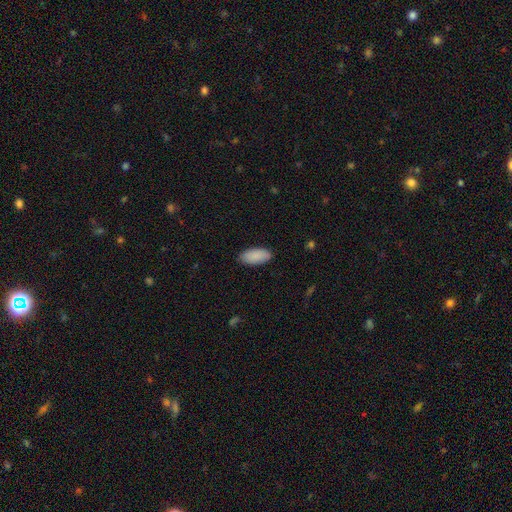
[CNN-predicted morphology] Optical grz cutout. It shows a smooth galaxy with no disk features (89%) that is in between round and cigar-shaped (92%). Merging: none (86%).